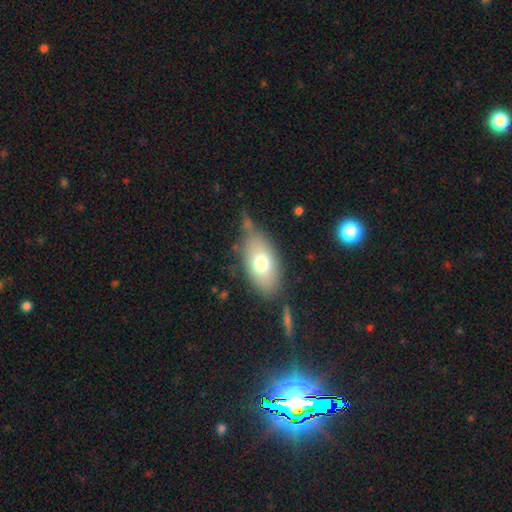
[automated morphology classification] A smooth galaxy with no disk features (73%) that is in between round and cigar-shaped (89%).

Vote fractions:
- Smooth or featured? smooth: 73% / featured or disk: 19% / star or artifact: 8%
- How rounded? in between: 89% / round: 7% / cigar-shaped: 4%
- Merging? none: 63% / minor disturbance: 21% / major disturbance: 9% / merger: 7%